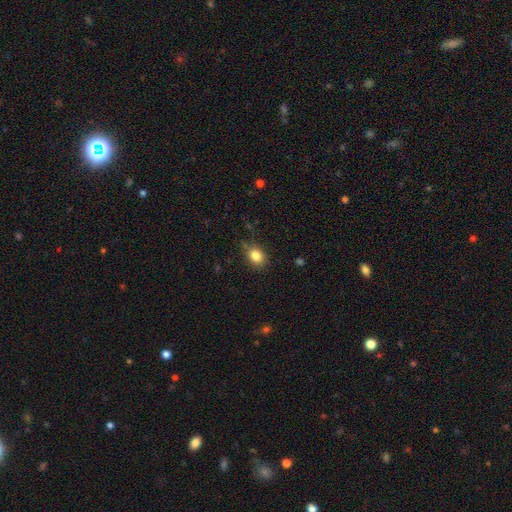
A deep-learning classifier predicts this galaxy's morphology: smooth_or_featured: smooth (p=0.84) [alt: star or artifact p=0.10]
how_rounded: in between (p=0.57) [alt: round p=0.42]
merging: none (p=0.78) [alt: minor disturbance p=0.17]